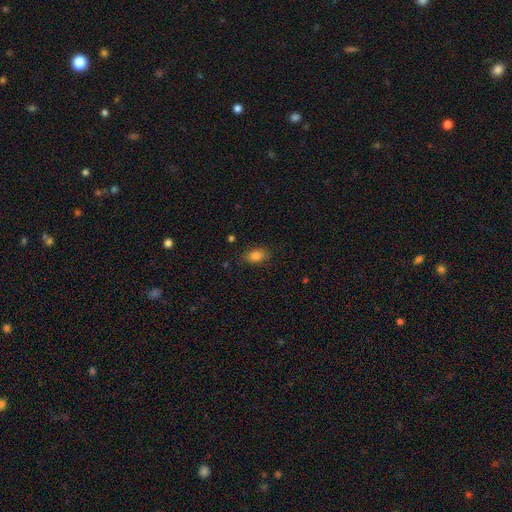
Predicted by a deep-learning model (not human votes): Q: Smooth or featured?
A: smooth (83%); runner-up: star or artifact (10%)
Q: How rounded?
A: in between (84%); runner-up: round (13%)
Q: Merging?
A: none (82%); runner-up: minor disturbance (13%)